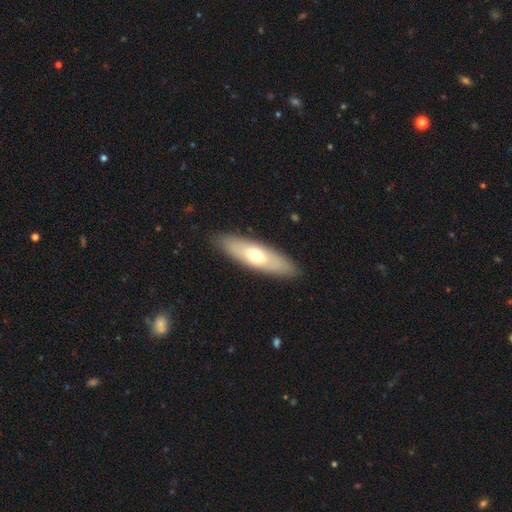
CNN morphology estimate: smooth-or-featured: smooth: 58% | featured or disk: 37% | star or artifact: 6%
  how-rounded: in between: 55% | cigar-shaped: 43% | round: 2%
  merging: none: 87% | minor disturbance: 9% | major disturbance: 2% | merger: 1%